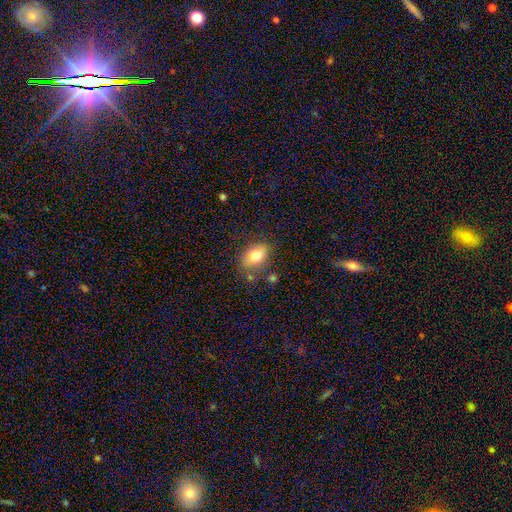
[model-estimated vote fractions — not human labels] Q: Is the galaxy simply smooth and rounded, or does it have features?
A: smooth — 78%.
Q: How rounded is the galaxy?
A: in between — 76%.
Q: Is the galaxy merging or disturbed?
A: none — 73%.